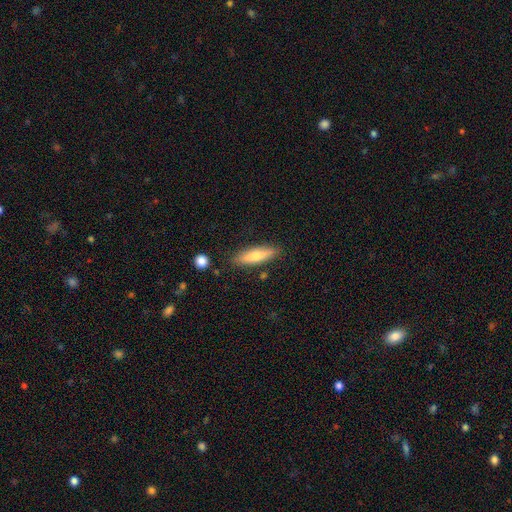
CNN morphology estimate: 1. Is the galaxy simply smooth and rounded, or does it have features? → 66% smooth, 27% featured or disk, 6% star or artifact.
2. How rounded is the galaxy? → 72% cigar-shaped, 27% in between, 2% round.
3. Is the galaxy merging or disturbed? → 86% none, 10% minor disturbance, 2% merger, 2% major disturbance.